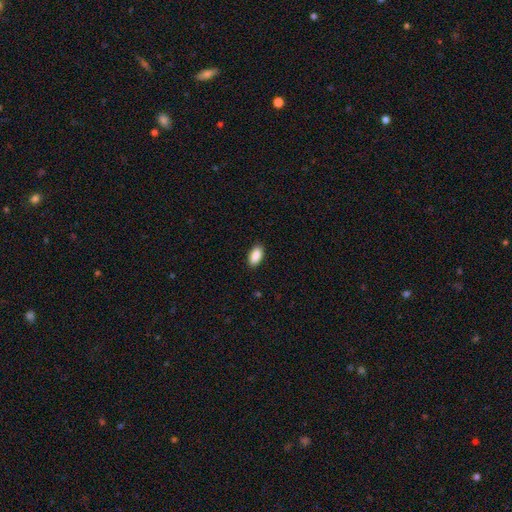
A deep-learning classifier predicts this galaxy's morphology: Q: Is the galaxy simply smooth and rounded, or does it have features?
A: smooth — 90%.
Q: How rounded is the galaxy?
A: in between — 94%.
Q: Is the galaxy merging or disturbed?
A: none — 89%.